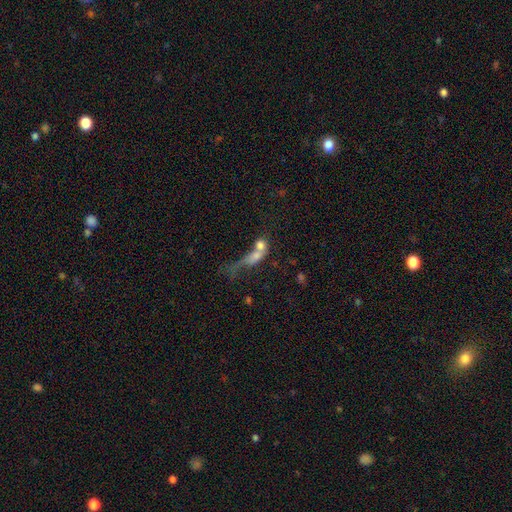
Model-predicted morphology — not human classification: smooth-or-featured: smooth: 53% | featured or disk: 32% | star or artifact: 15%
  how-rounded: in between: 46% | round: 32% | cigar-shaped: 22%
  merging: merger: 58% | major disturbance: 20% | none: 14% | minor disturbance: 7%